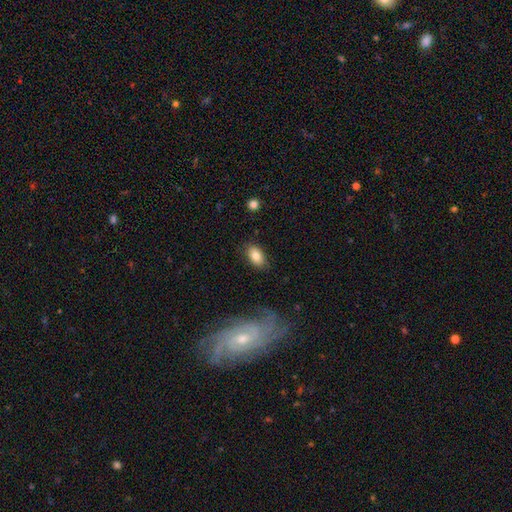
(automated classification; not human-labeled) Morphology: type=smooth (83%); roundness=in between (91%); merging=none (84%).